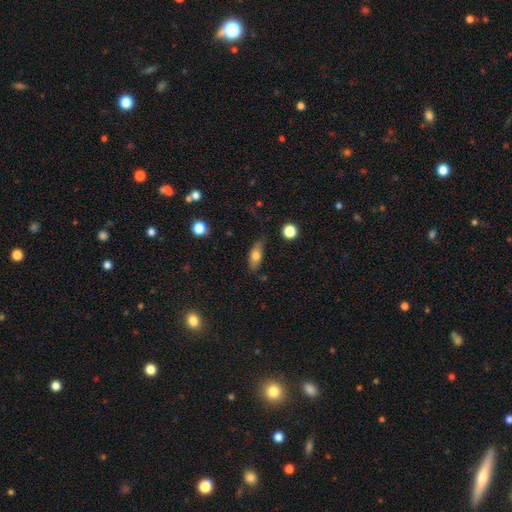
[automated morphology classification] Smooth or featured? smooth (70%)
How rounded? in between (77%)
Merging? none (74%)